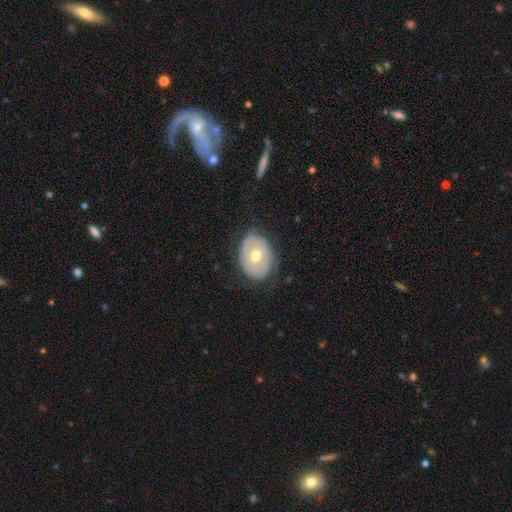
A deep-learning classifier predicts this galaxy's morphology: Q: Smooth or featured?
A: featured or disk (50%); runner-up: smooth (43%)
Q: Edge-on disk?
A: no (93%); runner-up: yes (7%)
Q: Merging?
A: none (73%); runner-up: minor disturbance (20%)